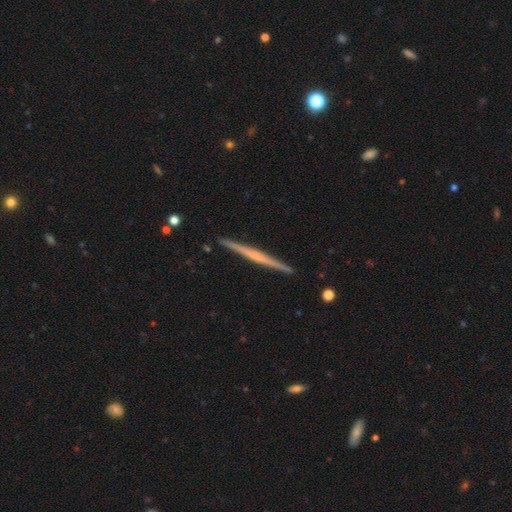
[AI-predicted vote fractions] Morphology: type=featured or disk (69%); edge-on=yes (98%); edge-on bulge=none (62%); merging=none (93%).